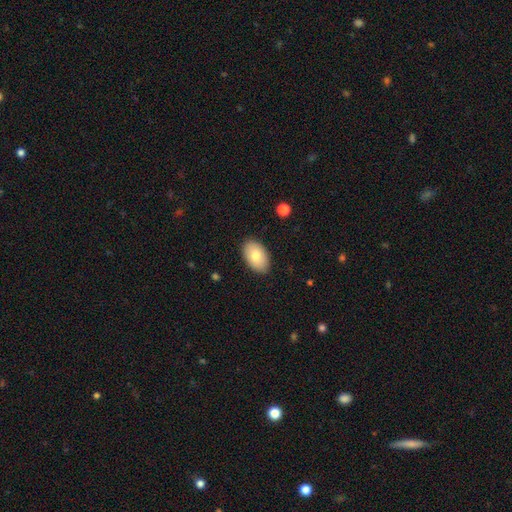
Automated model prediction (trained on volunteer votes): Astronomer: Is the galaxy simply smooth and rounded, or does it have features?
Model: smooth — 76%.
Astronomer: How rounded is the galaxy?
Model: in between — 93%.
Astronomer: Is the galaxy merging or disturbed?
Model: none — 88%.